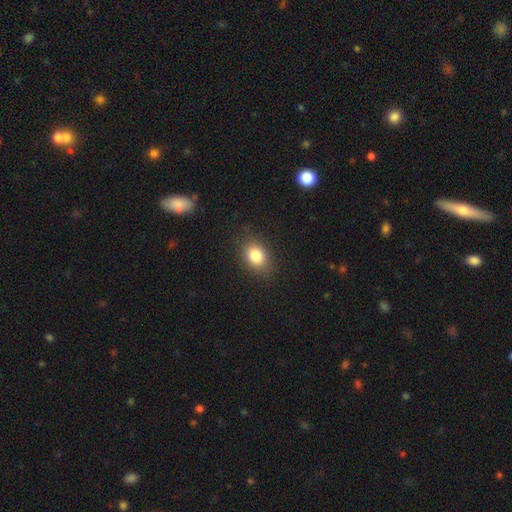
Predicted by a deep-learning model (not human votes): Smooth or featured? smooth (82%)
How rounded? in between (66%)
Merging? none (85%)